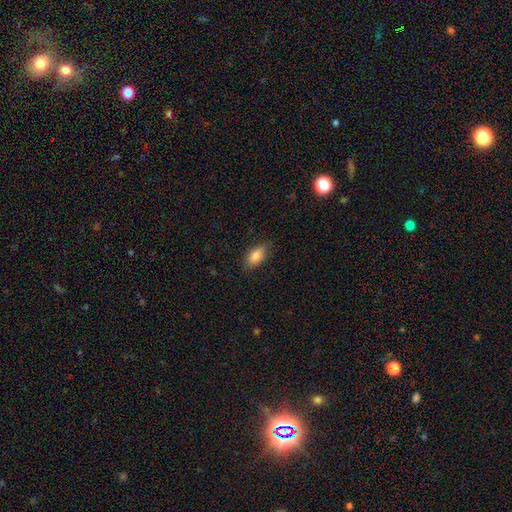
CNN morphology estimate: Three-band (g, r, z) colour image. It shows a smooth galaxy with no disk features (84%) that is in between round and cigar-shaped (89%). Merging: none (81%).